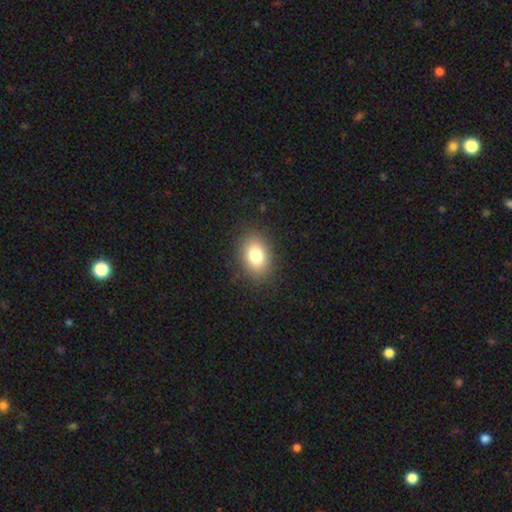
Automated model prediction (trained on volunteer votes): A smooth galaxy with no disk features (81%) that is in between round and cigar-shaped (76%). Merging: none (86%).